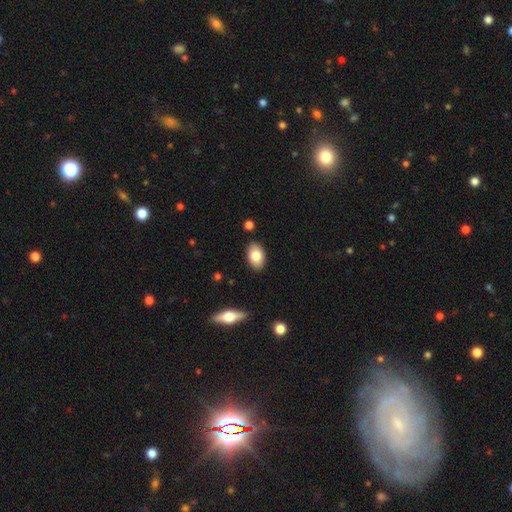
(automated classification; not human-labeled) Morphology: type=smooth (80%); roundness=in between (91%); merging=none (88%).